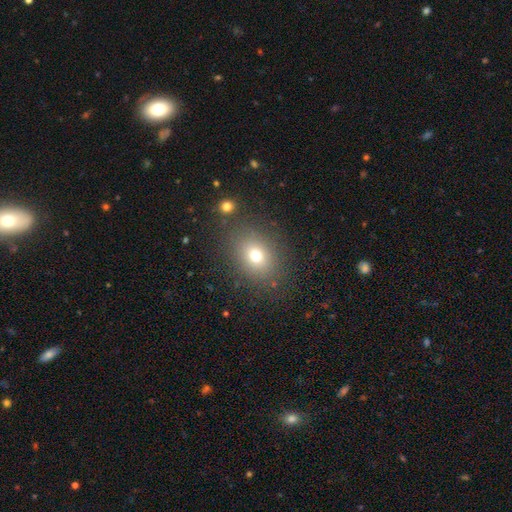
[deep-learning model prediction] This appears to be a smooth galaxy with no disk features (72%) that is round (50%). Merging: none (83%).